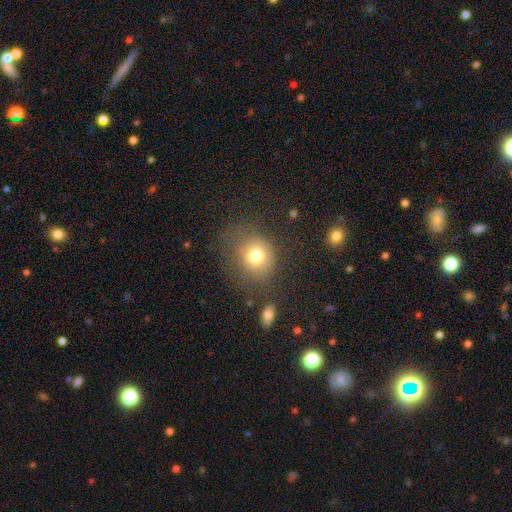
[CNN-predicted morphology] This appears to be a smooth galaxy with no disk features (76%) that is round (76%). Merging: none (64%).